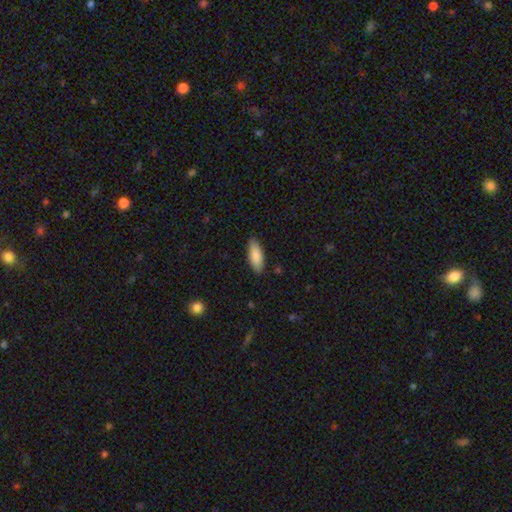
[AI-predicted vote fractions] smooth_or_featured: smooth (p=0.86) [alt: featured or disk p=0.09]
how_rounded: in between (p=0.77) [alt: cigar-shaped p=0.22]
merging: none (p=0.86) [alt: minor disturbance p=0.11]